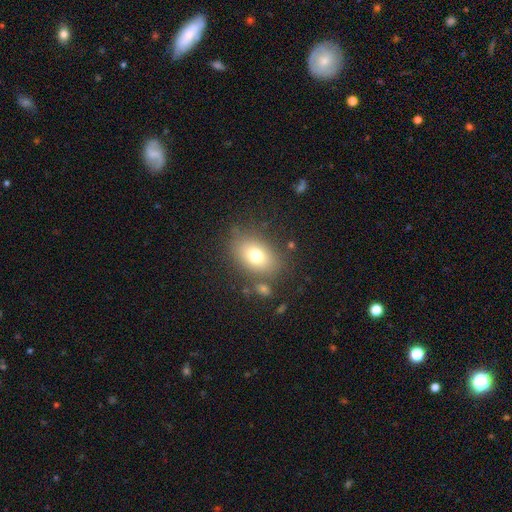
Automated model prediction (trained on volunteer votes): Smooth or featured? smooth (75%)
How rounded? in between (78%)
Merging? none (76%)